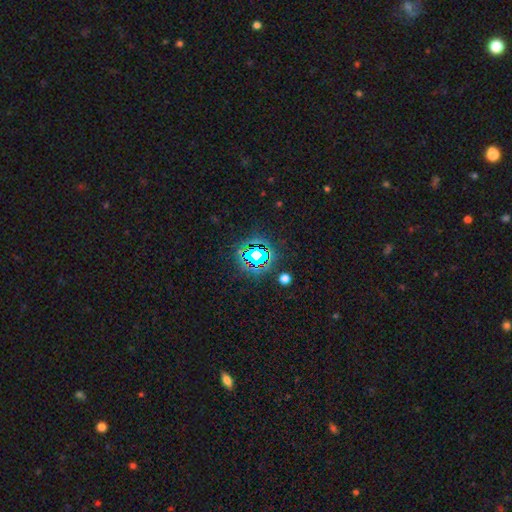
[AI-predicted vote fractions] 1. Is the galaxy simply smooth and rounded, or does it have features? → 70% star or artifact, 18% smooth, 12% featured or disk.